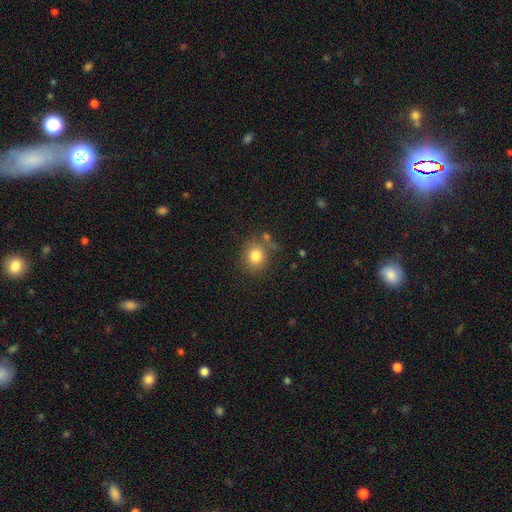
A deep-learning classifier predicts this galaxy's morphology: The model was most divided on "merging": none: 72%, minor disturbance: 15%, merger: 8%, major disturbance: 6%. More confident: smooth or featured — smooth (81%); how rounded — round (80%).